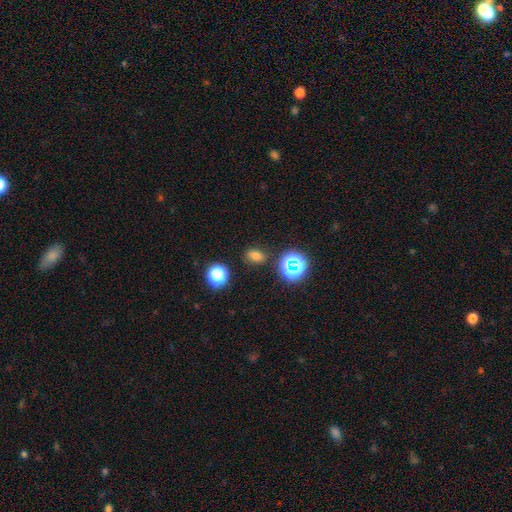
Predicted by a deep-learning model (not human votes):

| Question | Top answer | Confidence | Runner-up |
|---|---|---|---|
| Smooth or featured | smooth | 69% | star or artifact (23%) |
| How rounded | in between | 69% | round (29%) |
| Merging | none | 83% | minor disturbance (11%) |